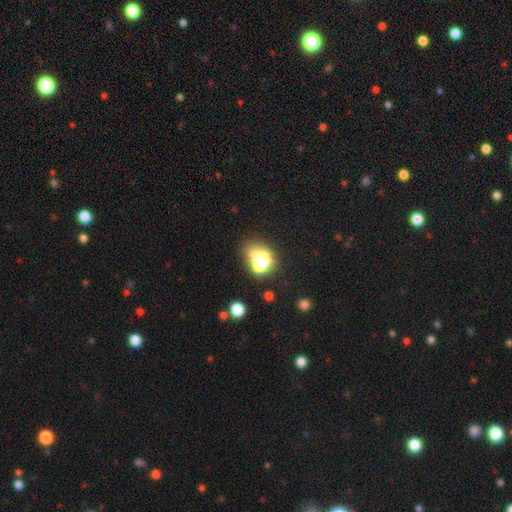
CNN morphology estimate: Smooth or featured?
  - smooth: 55% *
  - featured or disk: 27%
  - star or artifact: 17%
How rounded?
  - in between: 51% *
  - round: 48%
  - cigar-shaped: 1%
Merging?
  - merger: 48% *
  - none: 30%
  - minor disturbance: 11%
  - major disturbance: 11%